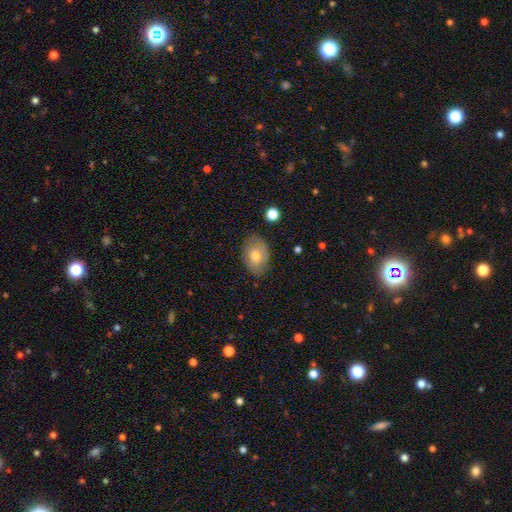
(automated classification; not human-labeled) Smooth or featured? Predicted: smooth (p=0.72). How rounded? Predicted: in between (p=0.83). Merging? Predicted: none (p=0.82).